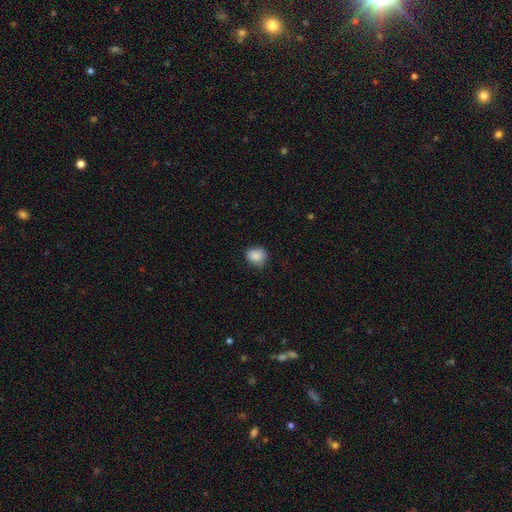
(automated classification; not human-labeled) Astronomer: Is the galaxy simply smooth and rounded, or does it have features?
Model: smooth — 88%.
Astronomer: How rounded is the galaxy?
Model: round — 69%.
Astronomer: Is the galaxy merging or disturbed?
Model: none — 74%.